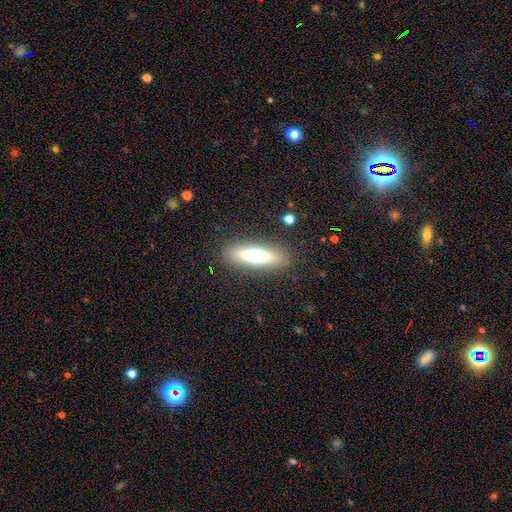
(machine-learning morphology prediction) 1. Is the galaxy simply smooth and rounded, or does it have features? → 58% smooth, 32% featured or disk, 10% star or artifact.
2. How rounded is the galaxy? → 56% cigar-shaped, 41% in between, 3% round.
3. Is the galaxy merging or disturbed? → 86% none, 9% minor disturbance, 4% major disturbance, 2% merger.